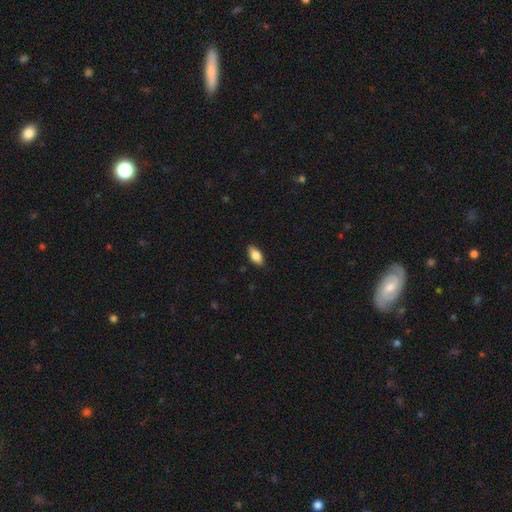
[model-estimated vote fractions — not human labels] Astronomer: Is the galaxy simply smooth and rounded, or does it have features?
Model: smooth — 80%.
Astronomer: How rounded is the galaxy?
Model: in between — 89%.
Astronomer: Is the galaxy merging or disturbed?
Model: none — 87%.